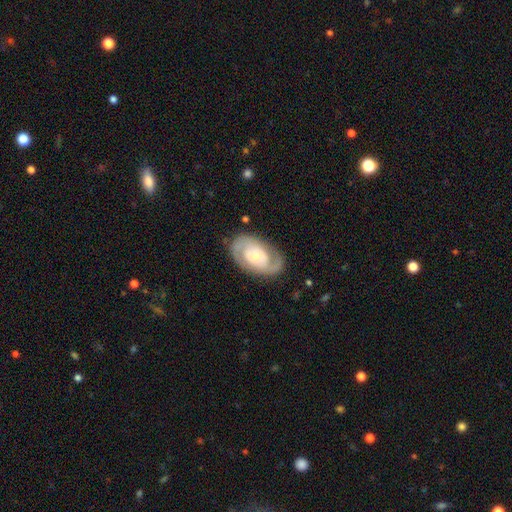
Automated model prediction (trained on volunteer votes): A featured or disk galaxy (77%) with no bar (70%), 2 (81%) tight (49%) spiral arms (87%) and a small central bulge (54%). Merging: none (80%).